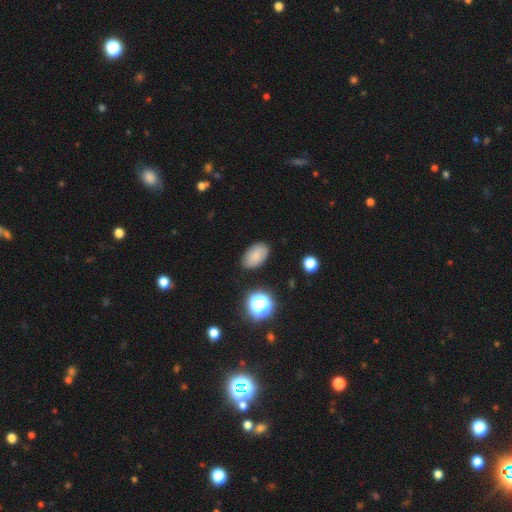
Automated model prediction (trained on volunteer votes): A smooth galaxy with no disk features (82%) that is in between round and cigar-shaped (92%).

Vote fractions:
- Smooth or featured? smooth: 82% / star or artifact: 10% / featured or disk: 7%
- How rounded? in between: 92% / round: 7% / cigar-shaped: 1%
- Merging? none: 85% / minor disturbance: 10% / major disturbance: 3% / merger: 2%